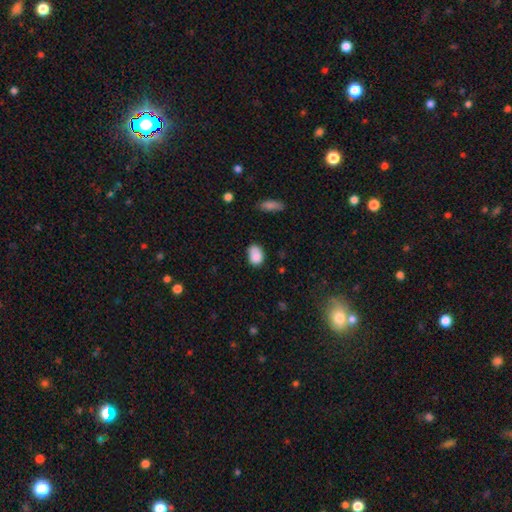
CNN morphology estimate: A smooth galaxy with no disk features (87%) that is in between round and cigar-shaped (77%). Merging: none (65%).